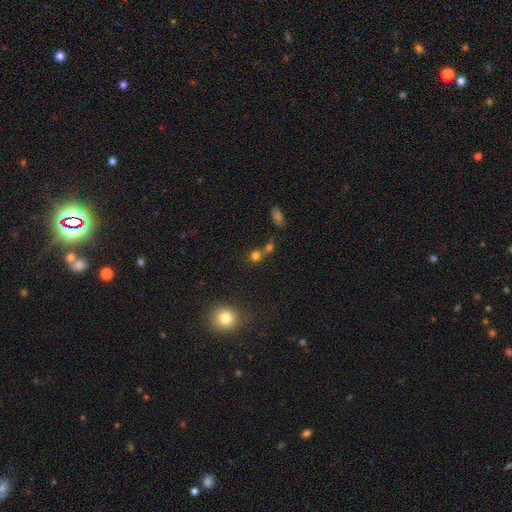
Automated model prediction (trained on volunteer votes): Smooth or featured?
  - smooth: 74% *
  - star or artifact: 17%
  - featured or disk: 9%
How rounded?
  - round: 81% *
  - in between: 17%
  - cigar-shaped: 2%
Merging?
  - none: 46% *
  - merger: 42%
  - minor disturbance: 8%
  - major disturbance: 5%